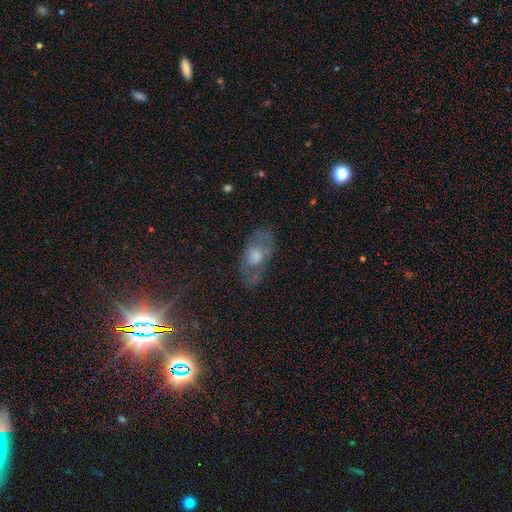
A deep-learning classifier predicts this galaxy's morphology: Overall: featured or disk (45%; smooth 37%). Merging: none (65%).